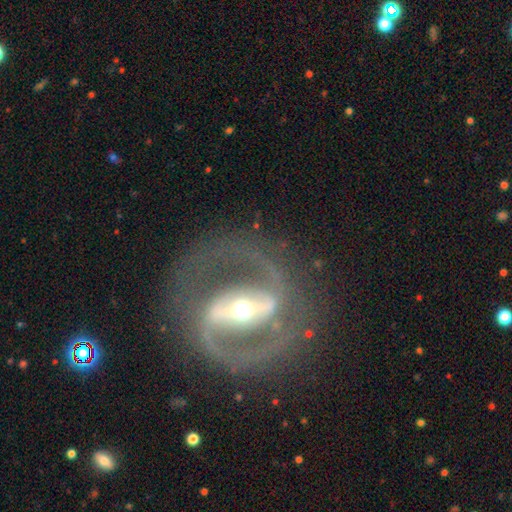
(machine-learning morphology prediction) This appears to be a featured or disk galaxy (90%) with a strong bar (72%), 2 (92%) medium (58%) spiral arms (95%) and a moderate central bulge (56%). Merging: none (80%).